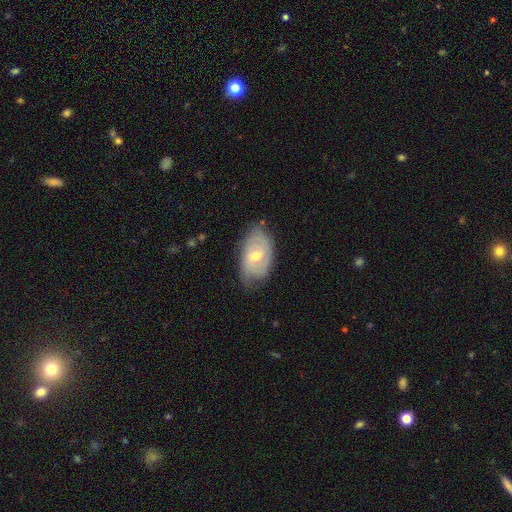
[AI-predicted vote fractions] This is likely a featured or disk galaxy (64%). It is clearly not viewed edge-on (94%). Bar: possibly no (46%, tied with weak). Spiral arm pattern: likely yes (80%). Central bulge: possibly moderate (60%). Merging: likely none (68%).